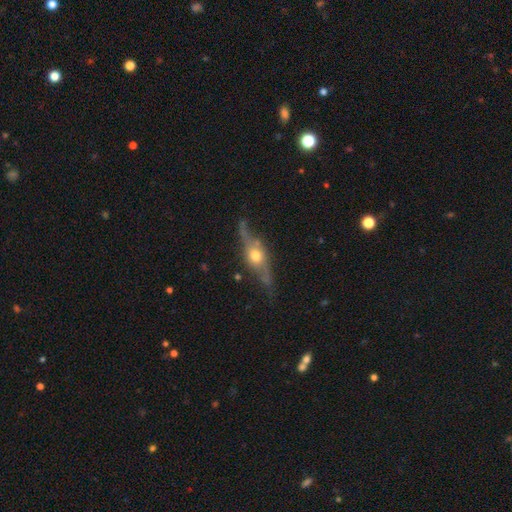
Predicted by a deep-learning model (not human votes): featured or disk 73%, smooth 21%, star or artifact 6%. Down the decision tree: edge-on disk — yes (69%); merging — none (66%).